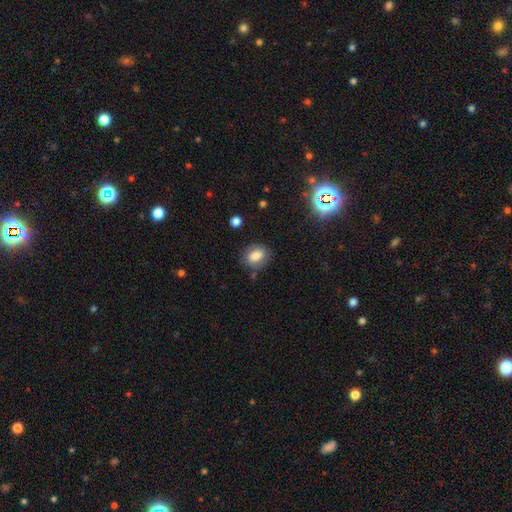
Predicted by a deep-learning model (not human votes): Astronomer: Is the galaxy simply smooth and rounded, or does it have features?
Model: smooth — 75%.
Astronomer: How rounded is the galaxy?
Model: in between — 65%.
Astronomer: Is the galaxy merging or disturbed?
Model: none — 77%.